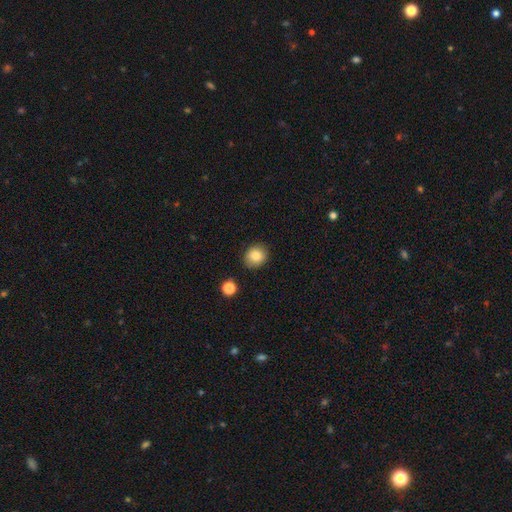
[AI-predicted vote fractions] Smooth or featured? smooth (83%)
How rounded? round (74%)
Merging? none (87%)